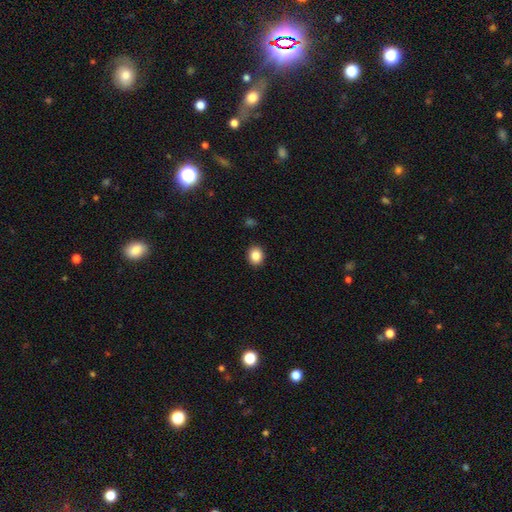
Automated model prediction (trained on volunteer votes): smooth_or_featured: smooth (p=0.86) [alt: star or artifact p=0.10]
how_rounded: round (p=0.67) [alt: in between p=0.32]
merging: none (p=0.92) [alt: minor disturbance p=0.06]